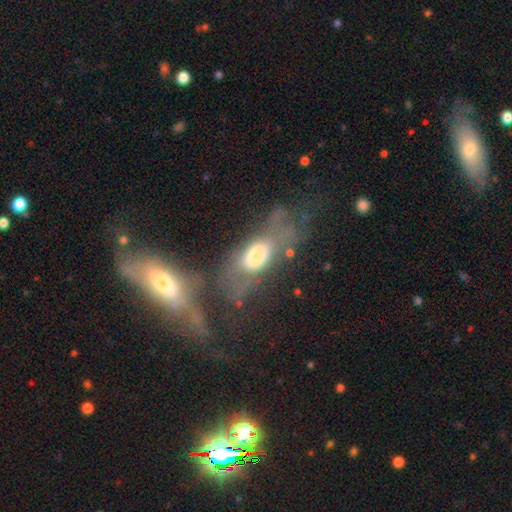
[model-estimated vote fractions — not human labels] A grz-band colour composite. It shows a featured or disk galaxy (49%). Merging: merger (34%).